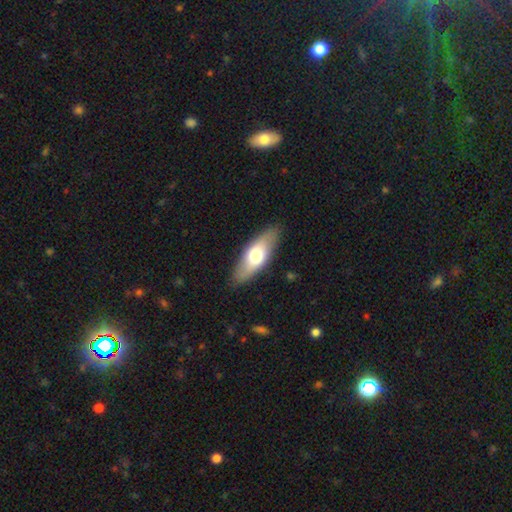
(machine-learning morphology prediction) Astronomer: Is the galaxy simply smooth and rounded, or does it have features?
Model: smooth — 62%.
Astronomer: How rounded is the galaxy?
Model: in between — 70%.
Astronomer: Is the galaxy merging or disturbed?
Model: none — 87%.